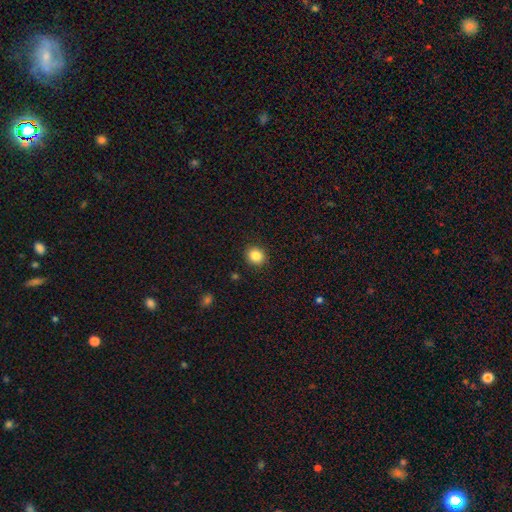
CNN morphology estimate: smooth-or-featured: smooth: 85% | star or artifact: 10% | featured or disk: 5%
  how-rounded: round: 78% | in between: 21% | cigar-shaped: 1%
  merging: none: 91% | minor disturbance: 6% | major disturbance: 2% | merger: 1%